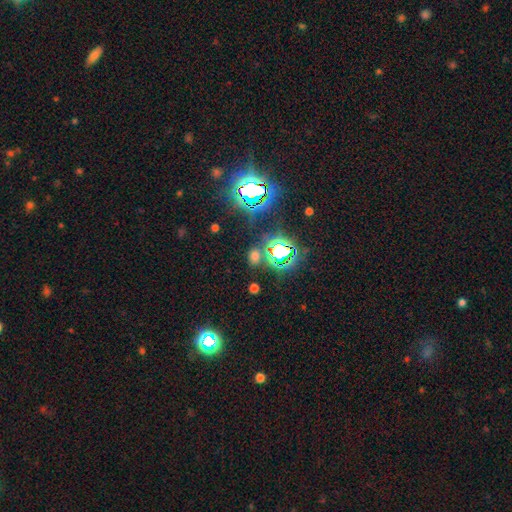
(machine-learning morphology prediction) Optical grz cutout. It shows a star or artifact, not a galaxy (49%).